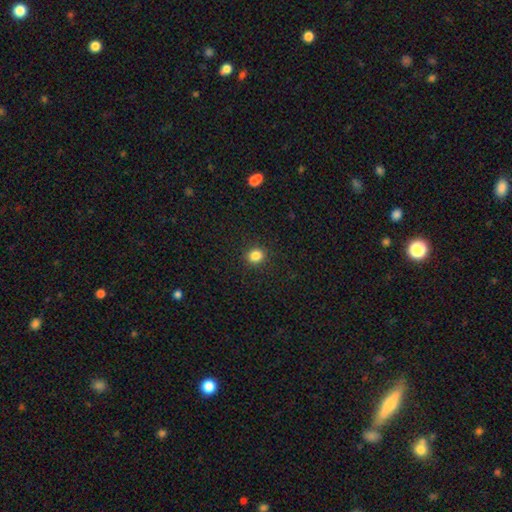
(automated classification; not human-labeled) A smooth galaxy with no disk features (84%) that is round (76%).

Vote fractions:
- Smooth or featured? smooth: 84% / star or artifact: 11% / featured or disk: 4%
- How rounded? round: 76% / in between: 23% / cigar-shaped: 1%
- Merging? none: 91% / minor disturbance: 6% / major disturbance: 2% / merger: 1%